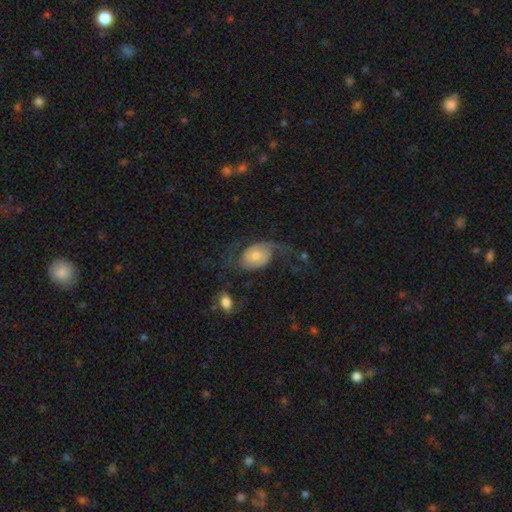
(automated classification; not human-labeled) smooth_or_featured: featured or disk (p=0.70) [alt: smooth p=0.23]
disk_edge_on: no (p=0.96) [alt: yes p=0.04]
bar: no (p=0.72) [alt: weak p=0.23]
has_spiral_arms: yes (p=0.89) [alt: no p=0.11]
spiral_winding: loose (p=0.64) [alt: medium p=0.26]
spiral_arm_count: 2 (p=0.75) [alt: 1 p=0.16]
bulge_size: moderate (p=0.52) [alt: small p=0.35]
merging: none (p=0.43) [alt: major disturbance p=0.34]